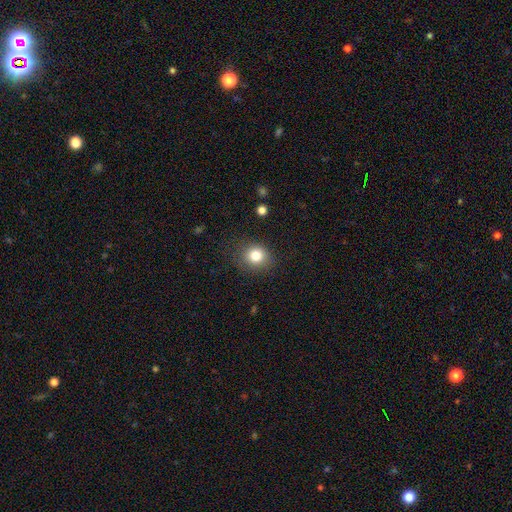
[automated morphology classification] type=smooth (81%); roundness=round (80%); merging=none (84%).